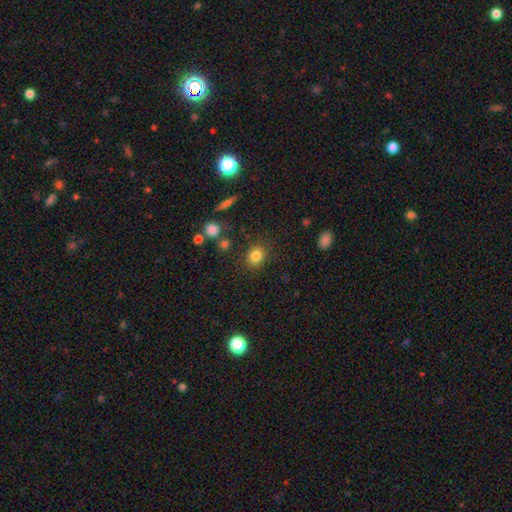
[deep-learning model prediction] Q: Smooth or featured?
A: smooth (82%); runner-up: star or artifact (11%)
Q: How rounded?
A: round (60%); runner-up: in between (39%)
Q: Merging?
A: none (83%); runner-up: minor disturbance (10%)